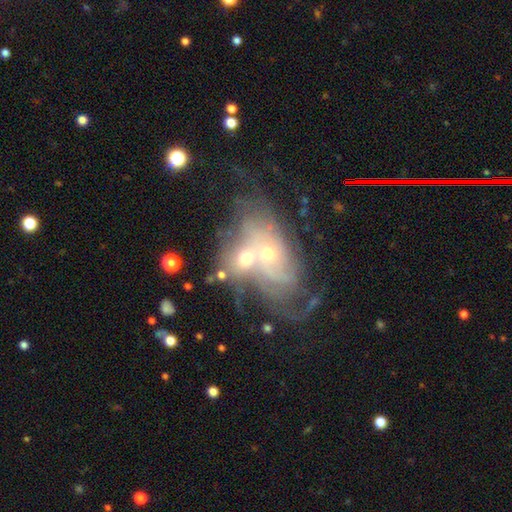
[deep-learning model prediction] Smooth or featured? featured or disk (69%)
Edge-on disk? no (95%)
Bar? no (82%)
Spiral arms? yes (69%)
Bulge size? small (54%)
Merging? merger (55%)